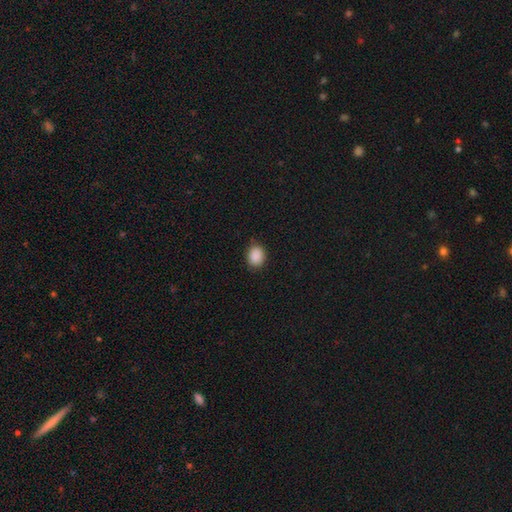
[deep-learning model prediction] smooth 89%, star or artifact 8%, featured or disk 3%. Down the decision tree: how rounded — round (51%); merging — none (84%).